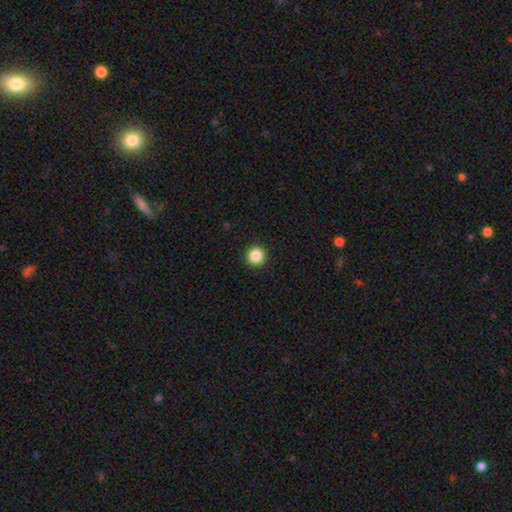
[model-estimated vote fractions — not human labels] The model was most divided on "smooth or featured": smooth: 87%, star or artifact: 10%, featured or disk: 3%. More confident: how rounded — round (96%); merging — none (93%).